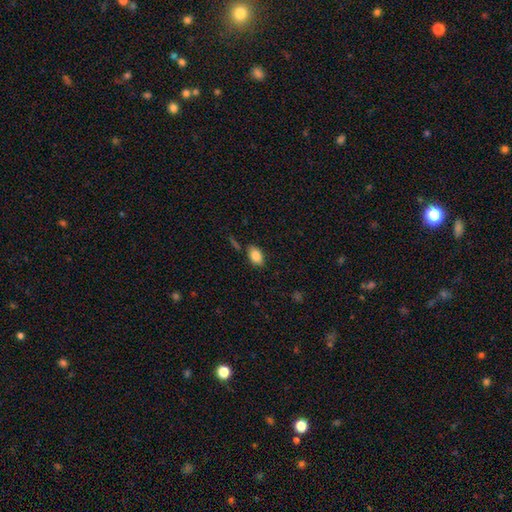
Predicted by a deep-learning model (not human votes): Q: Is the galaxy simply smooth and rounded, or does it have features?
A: smooth — 86%.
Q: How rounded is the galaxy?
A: in between — 89%.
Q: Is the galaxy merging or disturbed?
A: none — 80%.